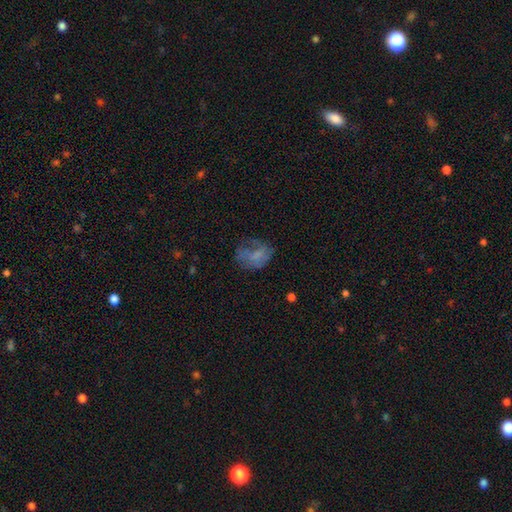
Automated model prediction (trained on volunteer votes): smooth 52%, featured or disk 33%, star or artifact 15%. Down the decision tree: how rounded — in between (58%); merging — none (43%).